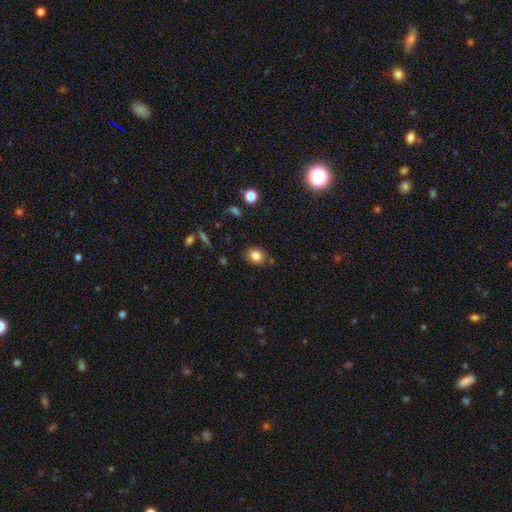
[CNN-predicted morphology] Smooth or featured?
  - smooth: 81% *
  - star or artifact: 11%
  - featured or disk: 8%
How rounded?
  - round: 57% *
  - in between: 42%
  - cigar-shaped: 1%
Merging?
  - none: 82% *
  - minor disturbance: 12%
  - merger: 3%
  - major disturbance: 3%